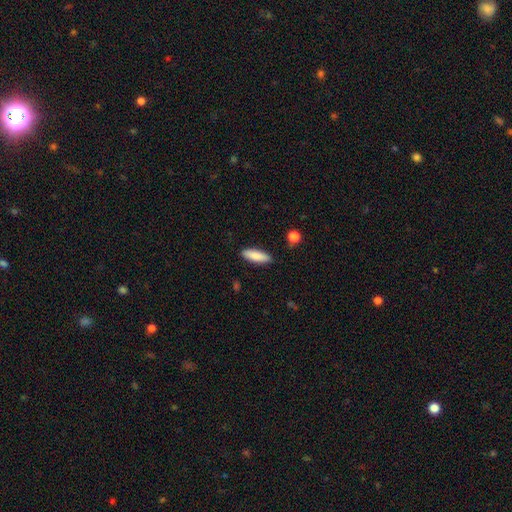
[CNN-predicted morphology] Smooth or featured?
  - smooth: 85% *
  - featured or disk: 9%
  - star or artifact: 6%
How rounded?
  - cigar-shaped: 50% *
  - in between: 48%
  - round: 2%
Merging?
  - none: 87% *
  - minor disturbance: 10%
  - major disturbance: 2%
  - merger: 1%